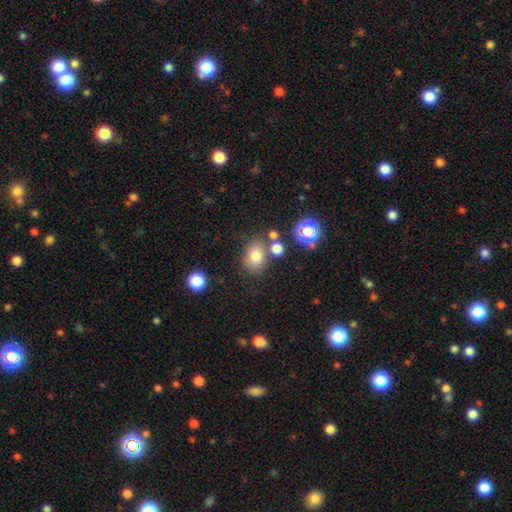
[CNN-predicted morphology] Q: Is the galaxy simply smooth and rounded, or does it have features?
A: smooth — 74%.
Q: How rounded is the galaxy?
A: in between — 65%.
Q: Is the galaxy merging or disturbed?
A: none — 64%.